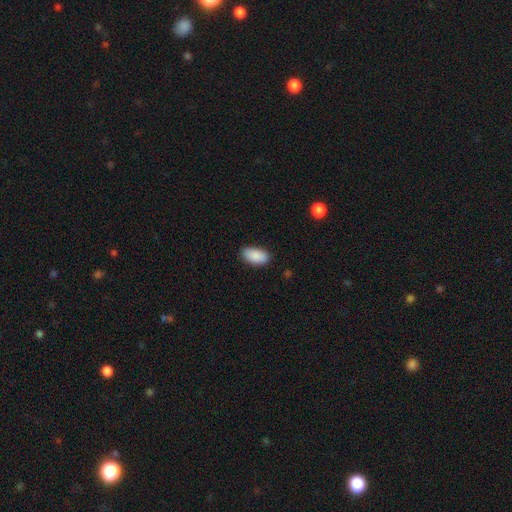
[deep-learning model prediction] smooth 90%, star or artifact 6%, featured or disk 4%. Down the decision tree: how rounded — in between (94%); merging — none (85%).